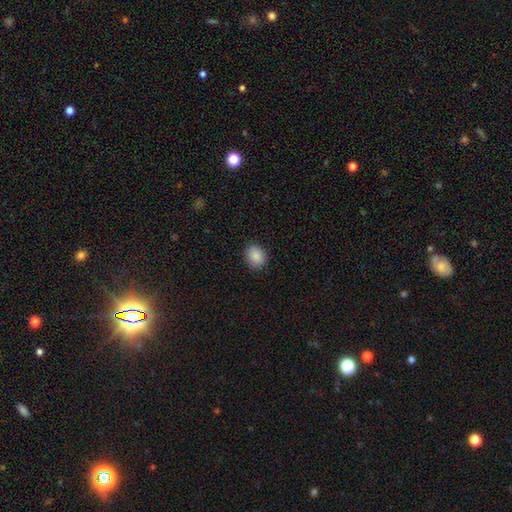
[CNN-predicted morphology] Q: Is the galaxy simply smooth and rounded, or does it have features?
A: smooth — 88%.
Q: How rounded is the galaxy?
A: round — 54%.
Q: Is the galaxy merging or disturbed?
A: none — 87%.